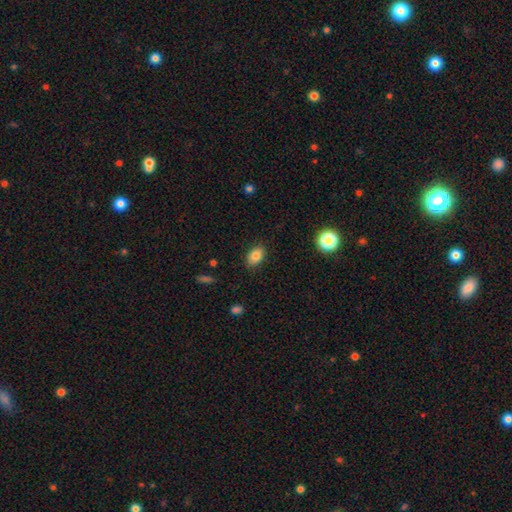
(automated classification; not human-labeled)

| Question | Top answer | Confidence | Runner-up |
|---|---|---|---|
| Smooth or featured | smooth | 82% | star or artifact (9%) |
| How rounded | in between | 87% | round (11%) |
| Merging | none | 85% | minor disturbance (11%) |